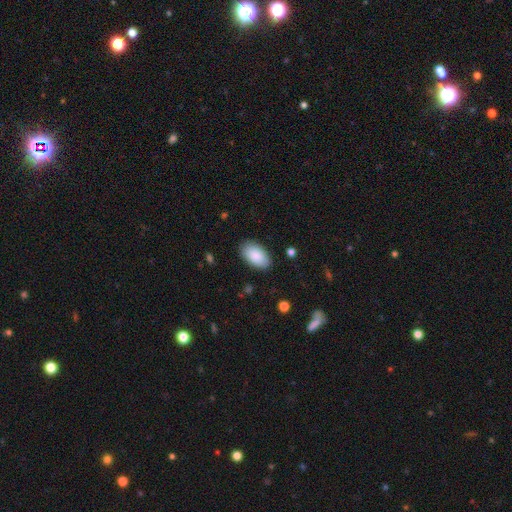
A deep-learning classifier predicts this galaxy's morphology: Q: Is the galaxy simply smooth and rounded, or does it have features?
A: smooth — 88%.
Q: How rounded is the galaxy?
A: in between — 95%.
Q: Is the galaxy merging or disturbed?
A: none — 87%.